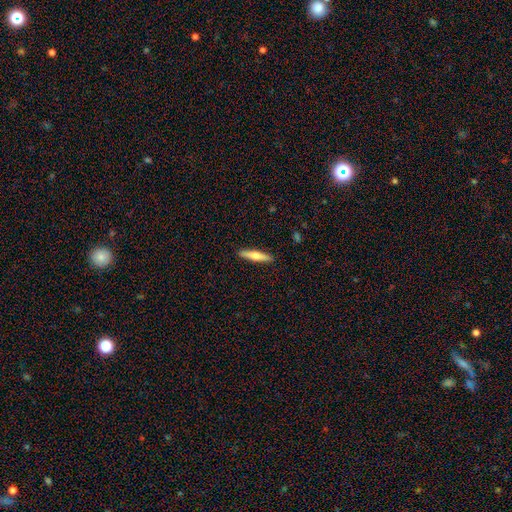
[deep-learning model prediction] Smooth or featured?
  - smooth: 57% *
  - featured or disk: 38%
  - star or artifact: 5%
How rounded?
  - cigar-shaped: 85% *
  - in between: 13%
  - round: 2%
Merging?
  - none: 91% *
  - minor disturbance: 6%
  - major disturbance: 1%
  - merger: 1%